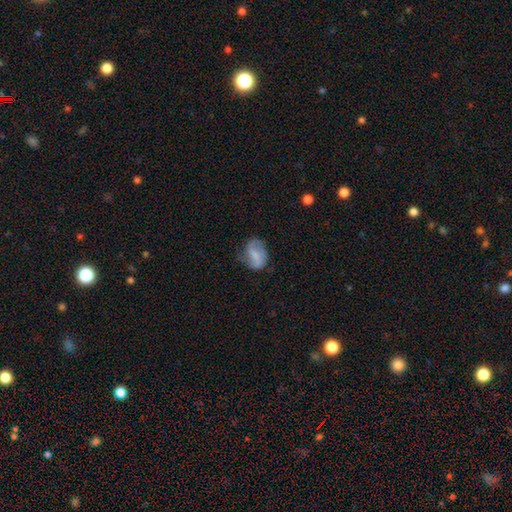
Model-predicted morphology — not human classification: Smooth or featured? featured or disk (46%, tied with smooth)
Merging? none (54%)